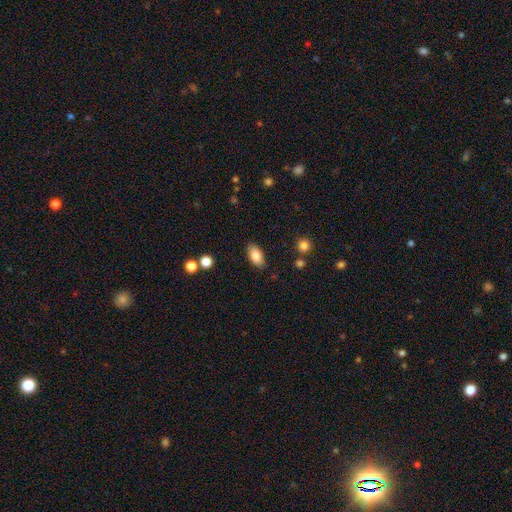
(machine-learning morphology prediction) smooth 84%, featured or disk 8%, star or artifact 8%. Down the decision tree: how rounded — in between (91%); merging — none (86%).